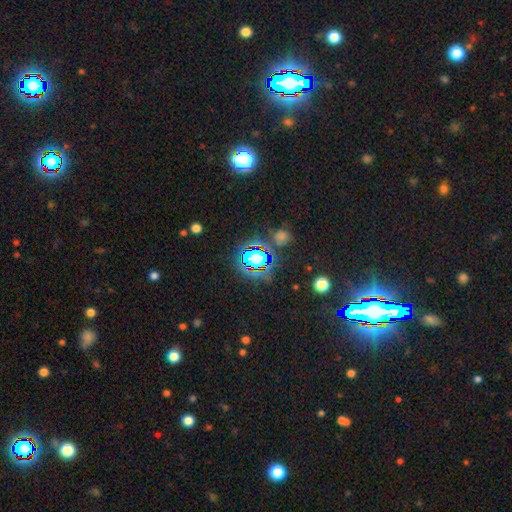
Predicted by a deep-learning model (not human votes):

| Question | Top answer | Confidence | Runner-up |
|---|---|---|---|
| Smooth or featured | star or artifact | 81% | smooth (11%) |